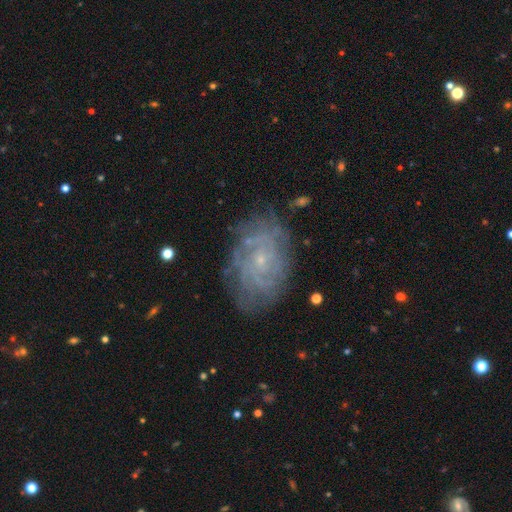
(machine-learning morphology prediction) A featured or disk galaxy (66%) with no bar (77%), tight (70%) spiral arms (82%) and a small central bulge (80%). Merging: none (80%).